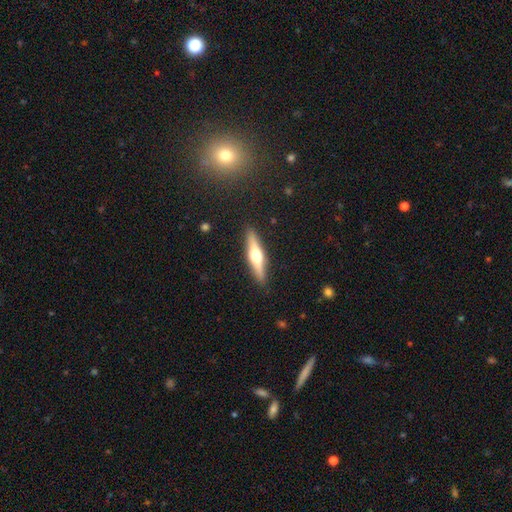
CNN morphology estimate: The model was most divided on "smooth or featured": featured or disk: 61%, smooth: 33%, star or artifact: 6%. More confident: edge-on disk — yes (96%); edge-on bulge — rounded (94%); merging — none (90%).